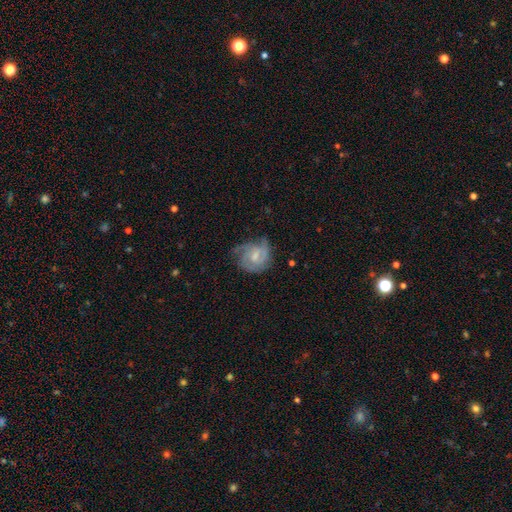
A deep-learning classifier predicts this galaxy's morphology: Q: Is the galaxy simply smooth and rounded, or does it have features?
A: featured or disk — 70%.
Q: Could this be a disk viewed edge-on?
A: no — 98%.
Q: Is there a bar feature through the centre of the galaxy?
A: weak — 50%.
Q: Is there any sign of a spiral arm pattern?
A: yes — 89%.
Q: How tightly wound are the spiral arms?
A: tight — 49%.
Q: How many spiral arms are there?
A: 2 — 34%.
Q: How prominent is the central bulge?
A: moderate — 46%.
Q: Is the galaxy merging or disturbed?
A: none — 55%.